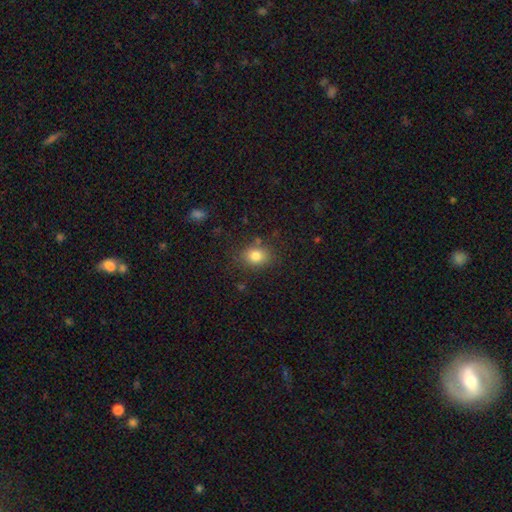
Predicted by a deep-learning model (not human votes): The model was most divided on "how rounded": in between: 50%, round: 49%, cigar-shaped: 1%. More confident: smooth or featured — smooth (82%); merging — none (78%).